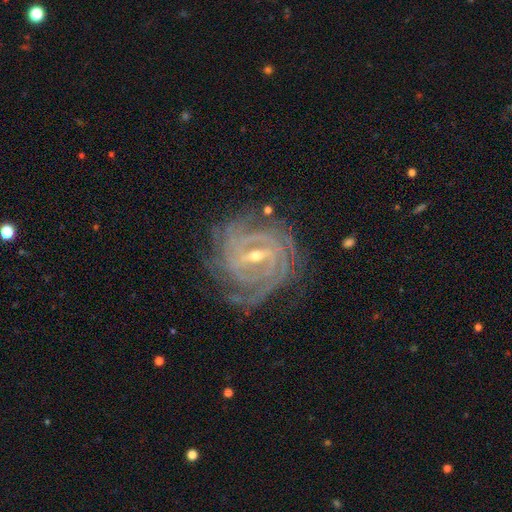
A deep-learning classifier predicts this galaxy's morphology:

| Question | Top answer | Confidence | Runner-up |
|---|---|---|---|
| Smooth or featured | featured or disk | 91% | star or artifact (5%) |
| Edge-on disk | no | 96% | yes (4%) |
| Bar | strong | 57% | weak (35%) |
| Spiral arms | yes | 98% | no (2%) |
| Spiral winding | tight | 79% | medium (18%) |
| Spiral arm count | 4 | 29% | 3 (20%) |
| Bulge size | small | 56% | moderate (41%) |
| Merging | none | 75% | minor disturbance (16%) |